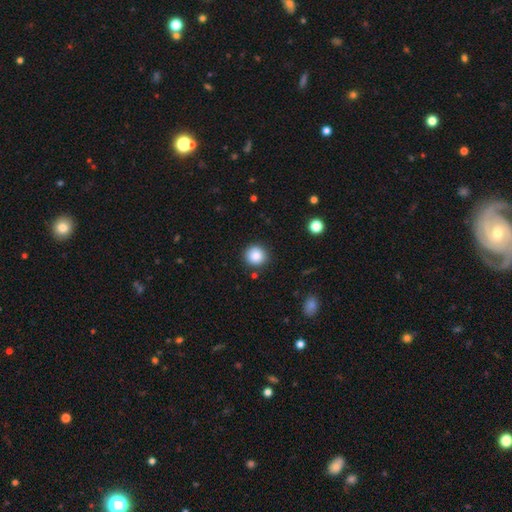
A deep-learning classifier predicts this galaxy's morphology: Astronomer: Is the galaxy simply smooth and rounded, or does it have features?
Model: smooth — 87%.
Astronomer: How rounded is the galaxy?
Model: round — 93%.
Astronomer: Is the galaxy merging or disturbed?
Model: none — 89%.